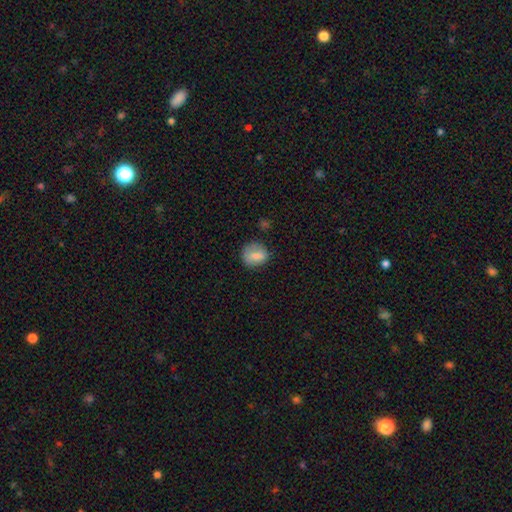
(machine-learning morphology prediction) A smooth galaxy with no disk features (78%) that is round (68%). Merging: none (70%).